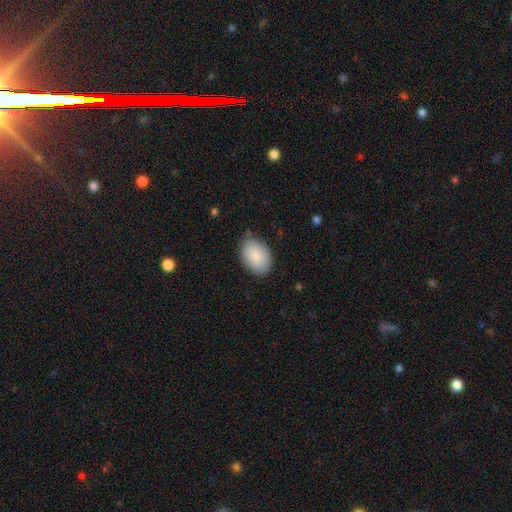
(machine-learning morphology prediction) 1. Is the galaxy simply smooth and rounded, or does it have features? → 87% smooth, 7% featured or disk, 6% star or artifact.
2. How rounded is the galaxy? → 83% in between, 16% round, 1% cigar-shaped.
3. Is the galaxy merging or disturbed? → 77% none, 18% minor disturbance, 3% major disturbance, 1% merger.